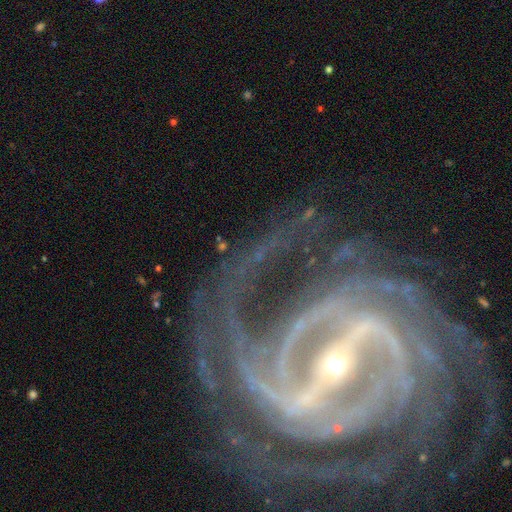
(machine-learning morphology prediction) type=featured or disk (92%); edge-on=no (97%); bar=strong (81%); spiral arms=yes (98%); winding=tight (45%, tied with medium); arm count=2 (33%); bulge=small (85%); merging=none (63%).